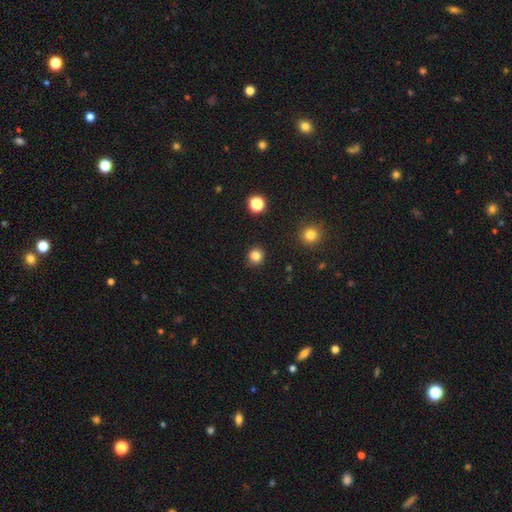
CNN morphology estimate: Smooth or featured?
  - smooth: 83% *
  - star or artifact: 13%
  - featured or disk: 4%
How rounded?
  - round: 89% *
  - in between: 10%
  - cigar-shaped: 1%
Merging?
  - none: 90% *
  - minor disturbance: 7%
  - major disturbance: 2%
  - merger: 2%